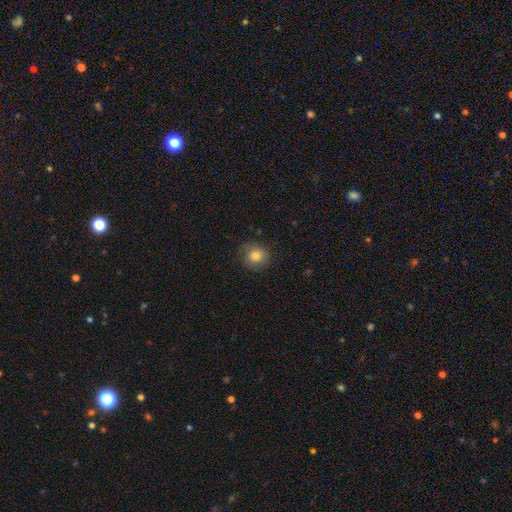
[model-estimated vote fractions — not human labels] Smooth or featured: smooth — 80% (star or artifact — 10%)
How rounded: round — 86% (in between — 13%)
Merging: none — 78% (minor disturbance — 16%)